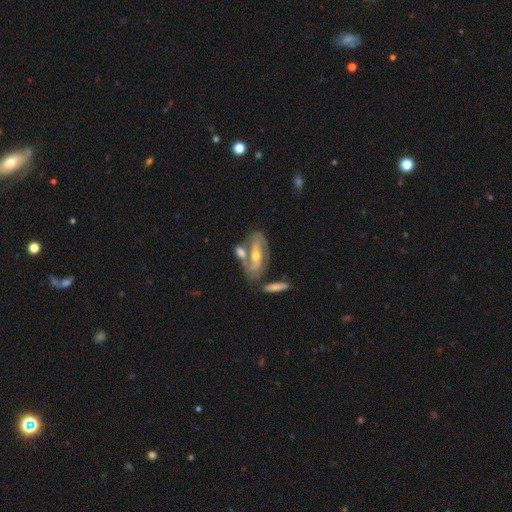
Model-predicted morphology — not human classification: The model was most divided on "bar": no: 42%, strong: 29%, weak: 28%. More confident: edge-on disk — no (80%); smooth or featured — featured or disk (69%); spiral arms — yes (64%); bulge size — moderate (58%); merging — none (56%).